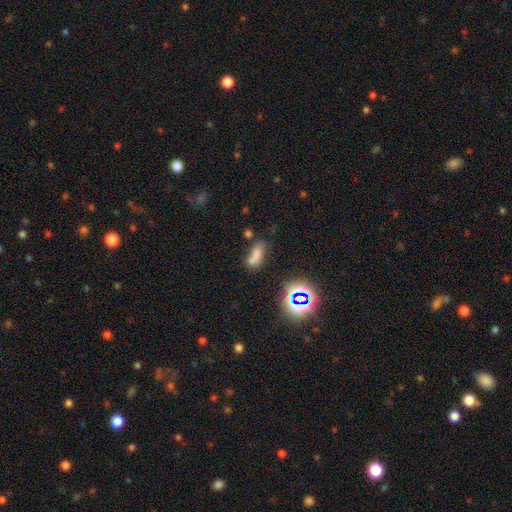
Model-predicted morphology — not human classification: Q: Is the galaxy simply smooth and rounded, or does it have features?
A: smooth — 66%.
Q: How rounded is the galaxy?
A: in between — 73%.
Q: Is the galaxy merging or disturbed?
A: none — 49%.